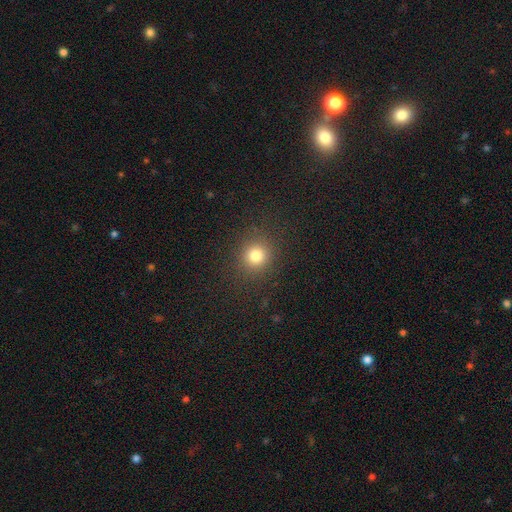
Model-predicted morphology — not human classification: Q: Smooth or featured?
A: smooth (79%); runner-up: star or artifact (15%)
Q: How rounded?
A: round (90%); runner-up: in between (9%)
Q: Merging?
A: none (89%); runner-up: minor disturbance (7%)